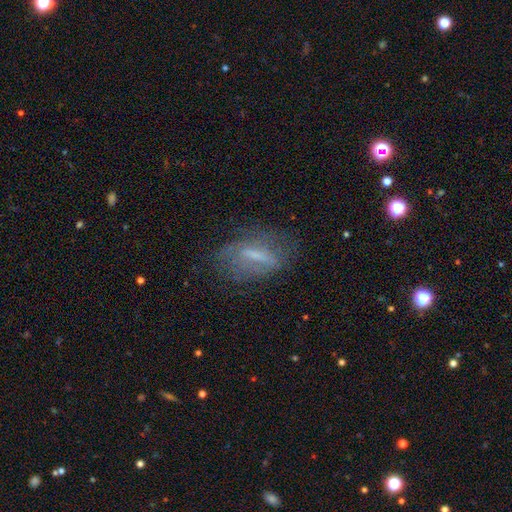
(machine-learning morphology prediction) A featured or disk galaxy (52%). Merging: none (59%).